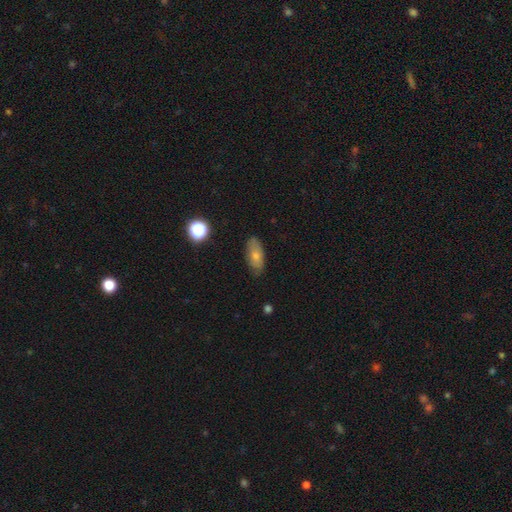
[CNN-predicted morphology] This appears to be a smooth galaxy with no disk features (70%) that is in between round and cigar-shaped (86%). Merging: none (78%).